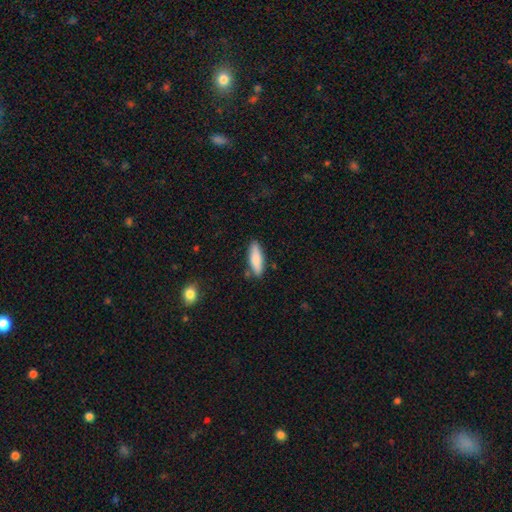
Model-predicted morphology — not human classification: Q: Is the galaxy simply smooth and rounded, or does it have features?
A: smooth — 81%.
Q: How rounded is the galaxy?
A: cigar-shaped — 56%.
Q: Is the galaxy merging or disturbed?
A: none — 82%.